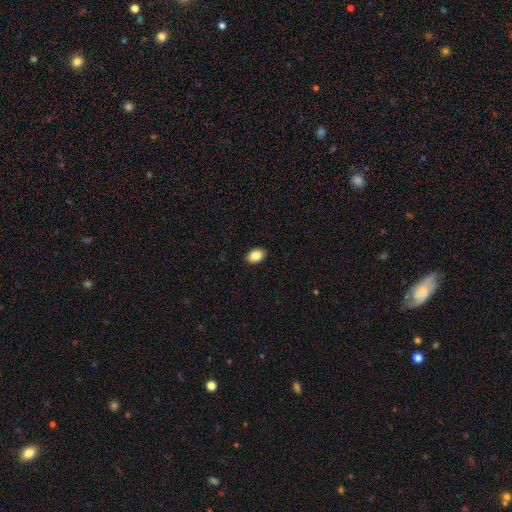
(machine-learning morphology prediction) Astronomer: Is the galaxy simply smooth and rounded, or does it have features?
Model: smooth — 86%.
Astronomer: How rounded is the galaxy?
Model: in between — 87%.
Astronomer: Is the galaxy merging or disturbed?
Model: none — 91%.